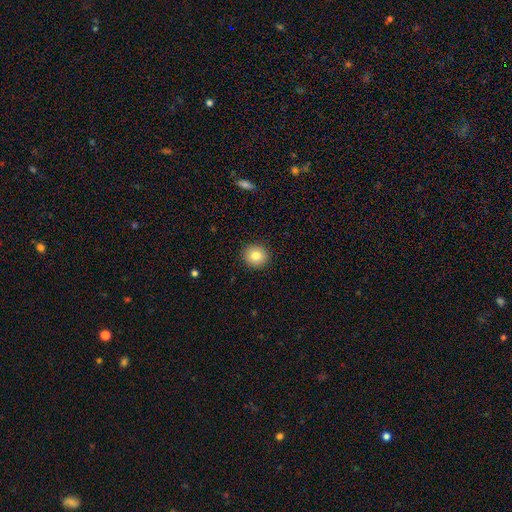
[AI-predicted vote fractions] The model was most divided on "smooth or featured": smooth: 83%, star or artifact: 9%, featured or disk: 8%. More confident: merging — none (92%); how rounded — round (90%).